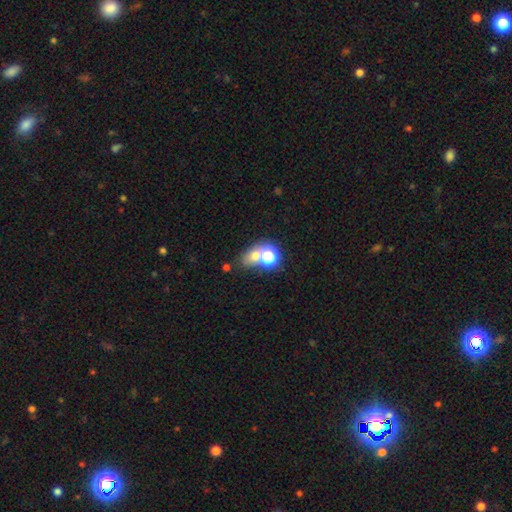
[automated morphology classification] type=smooth (60%); roundness=round (50%); merging=none (47%).